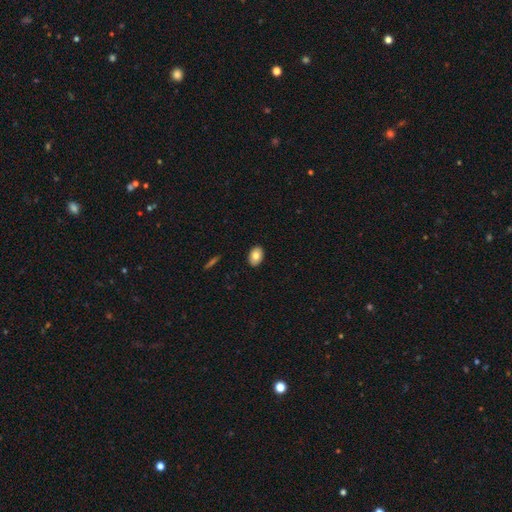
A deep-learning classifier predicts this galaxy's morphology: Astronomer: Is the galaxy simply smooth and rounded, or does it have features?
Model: smooth — 78%.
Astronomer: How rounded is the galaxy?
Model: in between — 87%.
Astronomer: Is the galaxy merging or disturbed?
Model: none — 90%.